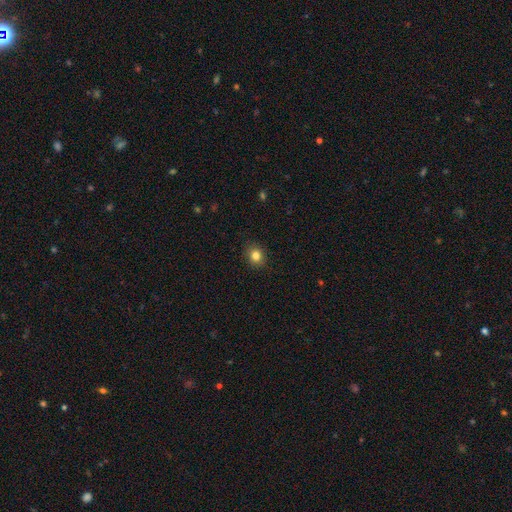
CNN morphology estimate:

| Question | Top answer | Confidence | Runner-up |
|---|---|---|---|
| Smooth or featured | smooth | 82% | star or artifact (12%) |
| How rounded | round | 74% | in between (25%) |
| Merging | none | 90% | minor disturbance (7%) |